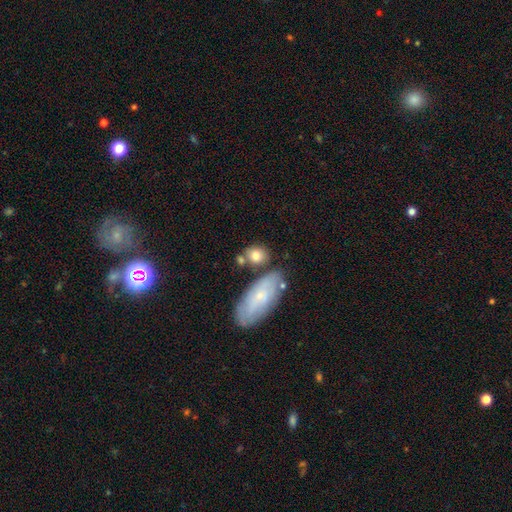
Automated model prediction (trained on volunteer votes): Smooth or featured? Predicted: smooth (p=0.77). How rounded? Predicted: in between (p=0.50). Merging? Predicted: none (p=0.59).